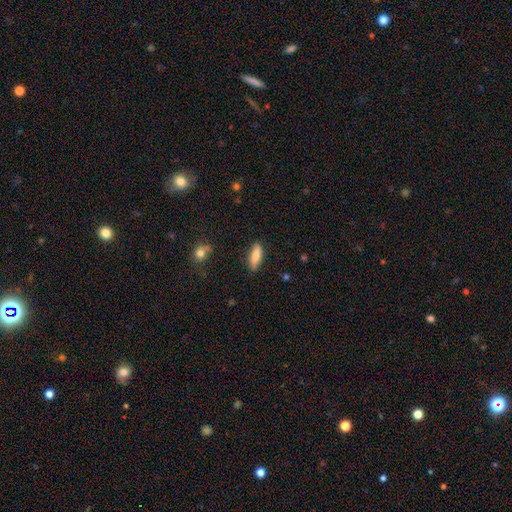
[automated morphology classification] This appears to be a smooth galaxy with no disk features (82%) that is in between round and cigar-shaped (59%). Merging: none (85%).